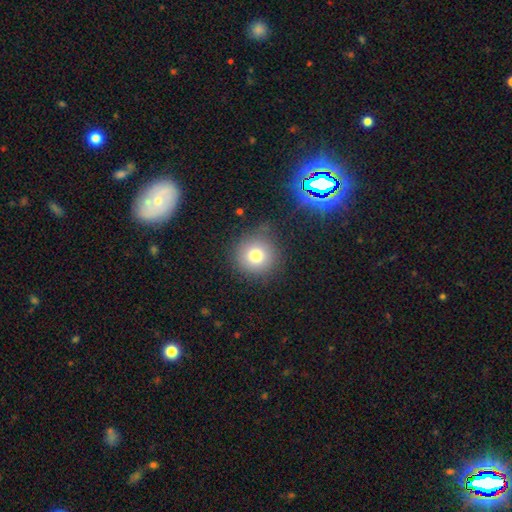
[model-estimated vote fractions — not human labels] Smooth or featured? smooth (76%)
How rounded? round (93%)
Merging? none (81%)